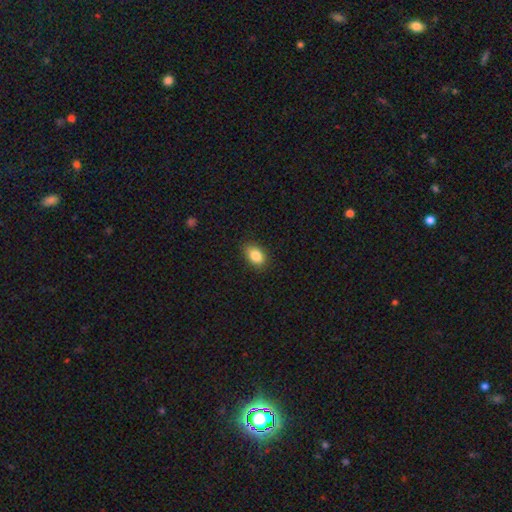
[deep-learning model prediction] smooth 86%, star or artifact 8%, featured or disk 6%. Down the decision tree: how rounded — in between (85%); merging — none (86%).